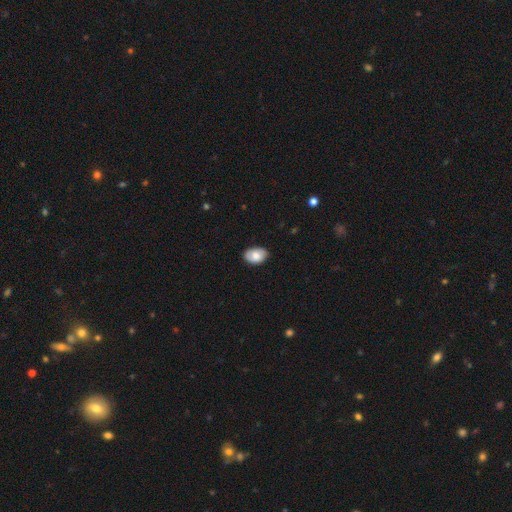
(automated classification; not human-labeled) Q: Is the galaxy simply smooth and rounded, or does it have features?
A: smooth — 78%.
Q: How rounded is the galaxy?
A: in between — 88%.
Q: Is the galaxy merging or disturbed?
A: none — 83%.